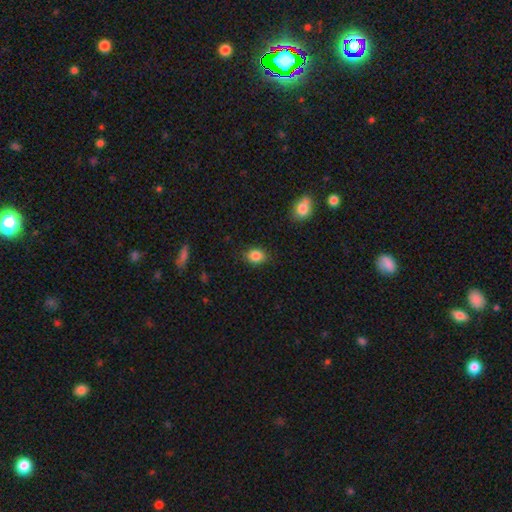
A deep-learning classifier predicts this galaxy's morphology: Smooth or featured: smooth — 85% (star or artifact — 10%)
How rounded: in between — 50% (round — 49%)
Merging: none — 84% (minor disturbance — 12%)